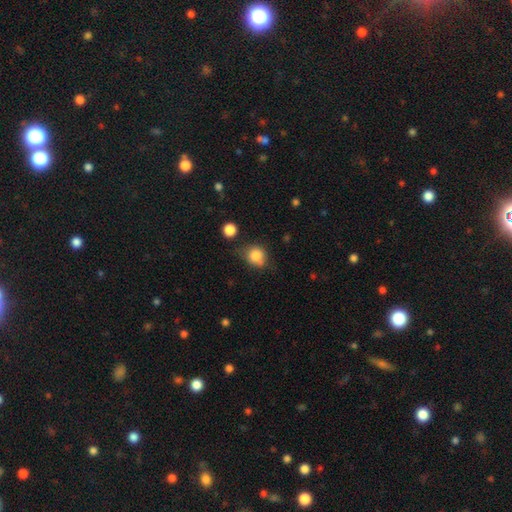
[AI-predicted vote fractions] Smooth or featured: smooth — 82% (star or artifact — 10%)
How rounded: round — 74% (in between — 25%)
Merging: none — 57% (minor disturbance — 28%)